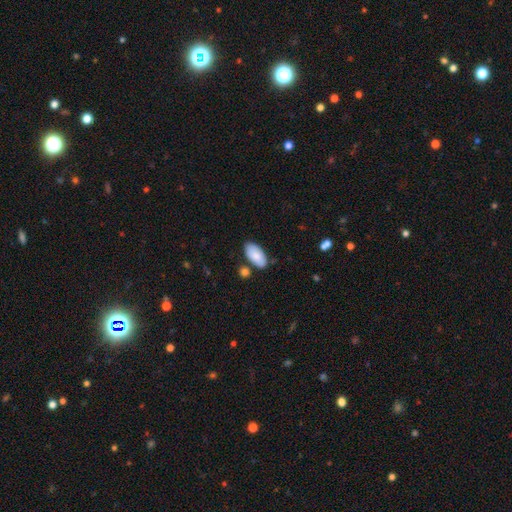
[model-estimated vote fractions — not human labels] The model was most divided on "merging": none: 77%, minor disturbance: 13%, merger: 8%, major disturbance: 3%. More confident: how rounded — in between (95%); smooth or featured — smooth (86%).